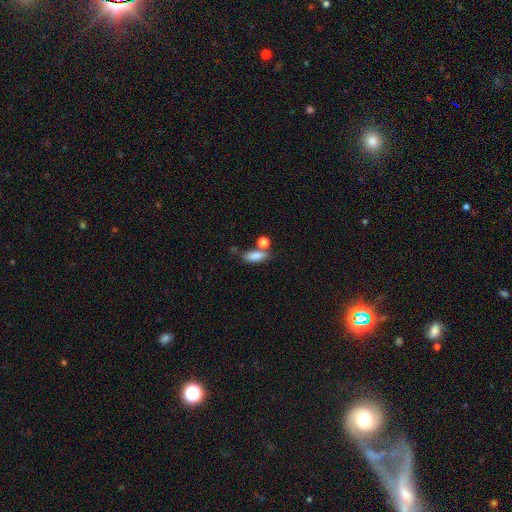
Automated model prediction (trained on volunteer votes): Overall: smooth (84%). How rounded: in between (76%). Merging: none (56%; merger 23%).